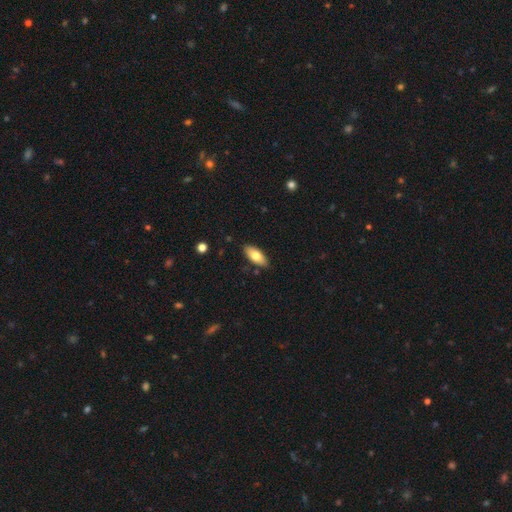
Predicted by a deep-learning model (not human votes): smooth 76%, featured or disk 18%, star or artifact 6%. Down the decision tree: how rounded — in between (84%); merging — none (86%).